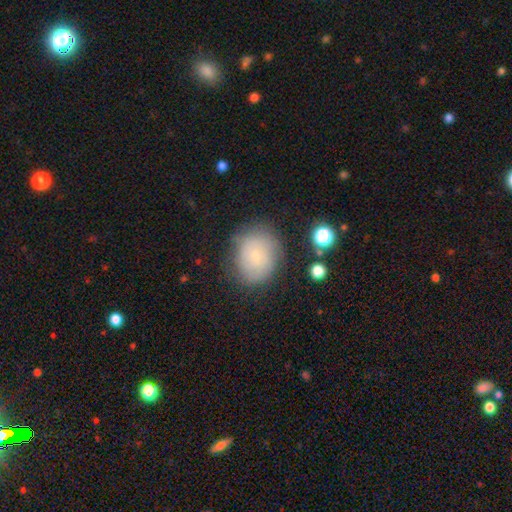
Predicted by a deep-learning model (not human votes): smooth-or-featured: smooth: 66% | featured or disk: 23% | star or artifact: 10%
  how-rounded: round: 59% | in between: 40% | cigar-shaped: 1%
  merging: none: 71% | minor disturbance: 20% | major disturbance: 7% | merger: 2%